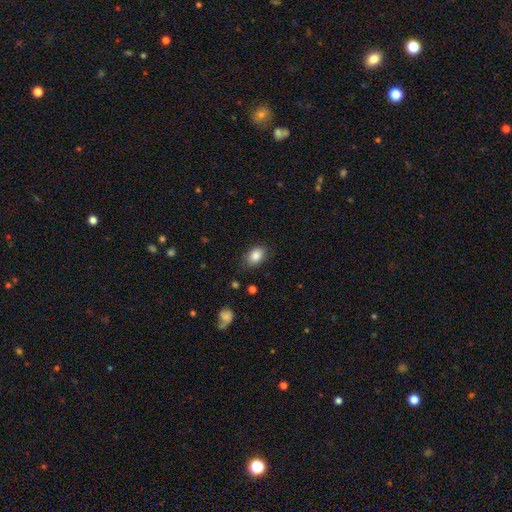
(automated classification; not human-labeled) The model was most divided on "merging": none: 81%, minor disturbance: 14%, major disturbance: 4%, merger: 1%. More confident: smooth or featured — smooth (86%); how rounded — in between (83%).